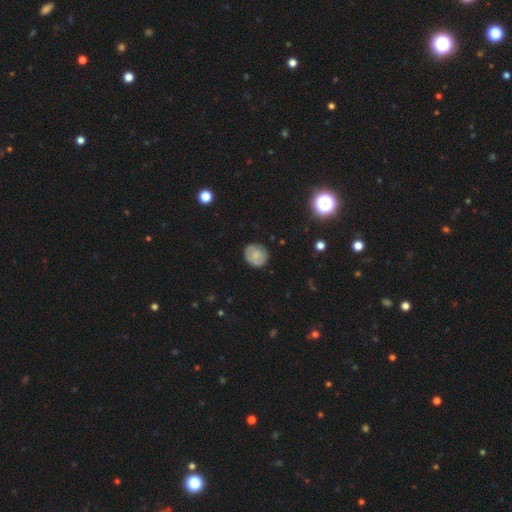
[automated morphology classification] type=smooth (63%); roundness=round (80%); merging=none (81%).